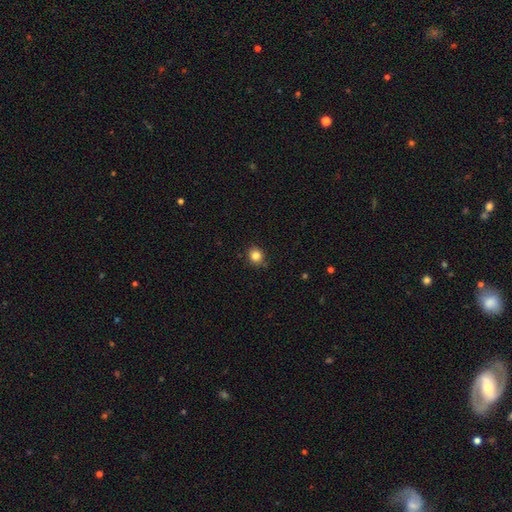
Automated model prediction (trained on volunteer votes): Smooth or featured: smooth — 83% (star or artifact — 12%)
How rounded: round — 81% (in between — 18%)
Merging: none — 84% (minor disturbance — 13%)